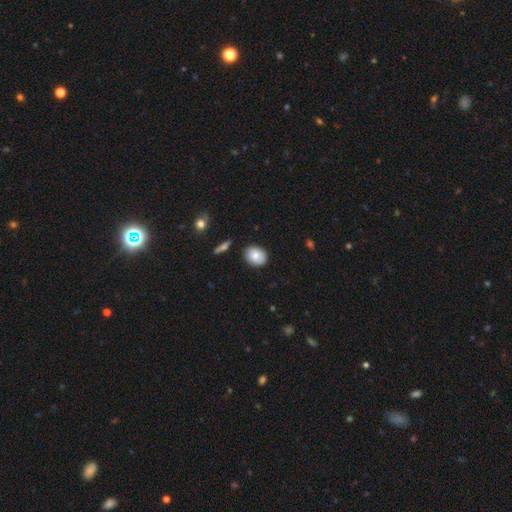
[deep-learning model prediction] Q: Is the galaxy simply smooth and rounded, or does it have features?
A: smooth — 79%.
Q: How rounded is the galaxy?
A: in between — 55%.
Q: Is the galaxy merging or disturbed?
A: none — 83%.